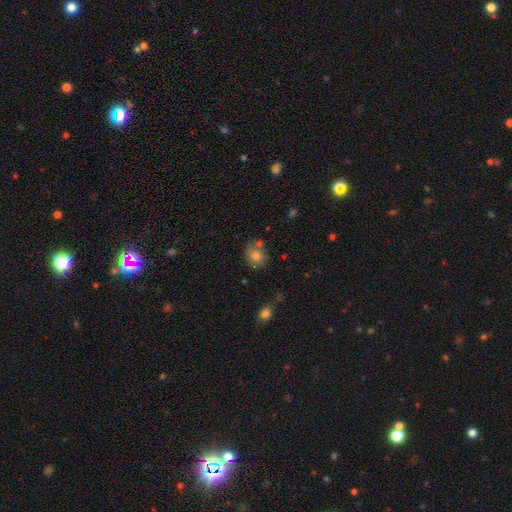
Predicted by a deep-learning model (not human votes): Overall: smooth (78%). How rounded: round (74%). Merging: none (71%).